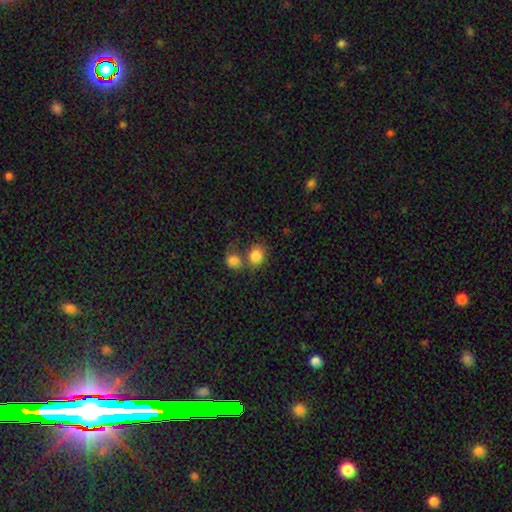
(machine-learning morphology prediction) The model was most divided on "merging": merger: 43%, none: 42%, minor disturbance: 10%, major disturbance: 5%. More confident: smooth or featured — smooth (84%); how rounded — round (63%).